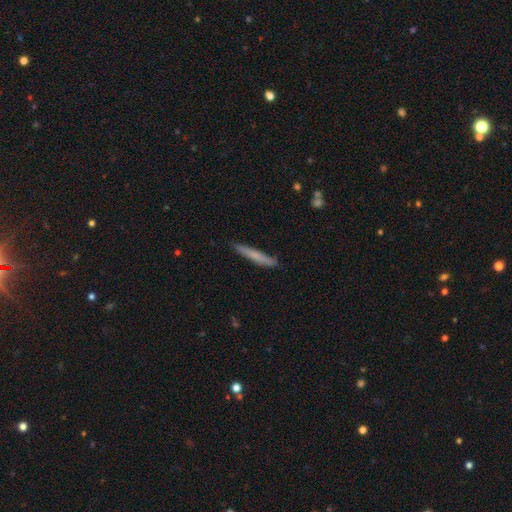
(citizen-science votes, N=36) Smooth or featured: smooth — 75% (featured or disk — 22%)
How rounded: cigar-shaped — 93% (in between — 7%)
Merging: none — 83% (minor disturbance — 17%)